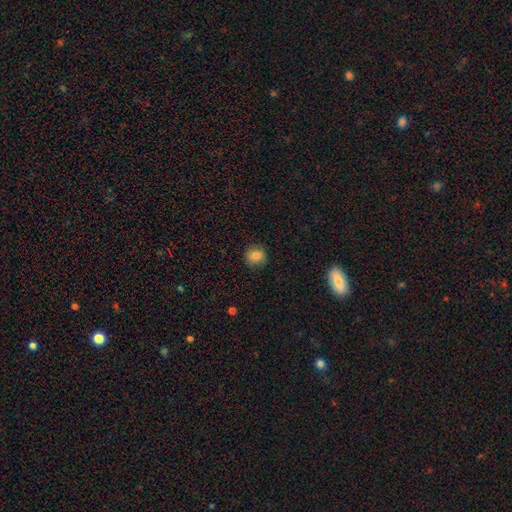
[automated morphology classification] Q: Smooth or featured?
A: smooth (82%); runner-up: star or artifact (10%)
Q: How rounded?
A: round (89%); runner-up: in between (10%)
Q: Merging?
A: none (89%); runner-up: minor disturbance (8%)